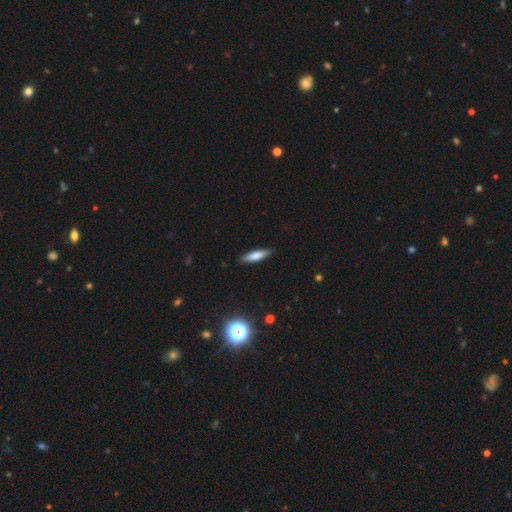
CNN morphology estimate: Overall: smooth (70%). How rounded: cigar-shaped (67%; in between 31%). Merging: none (89%).